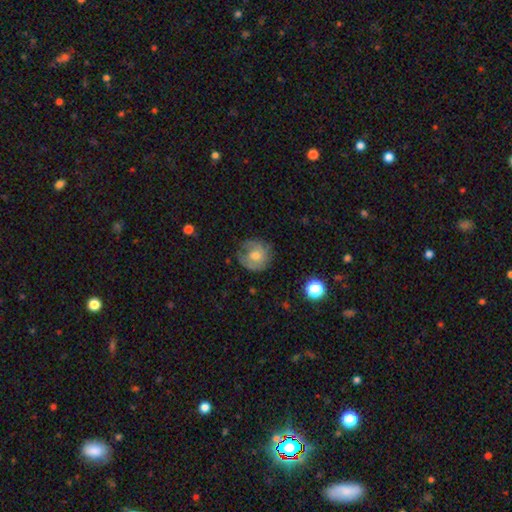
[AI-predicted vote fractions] A smooth galaxy with no disk features (53%) that is round (87%). Merging: none (67%).